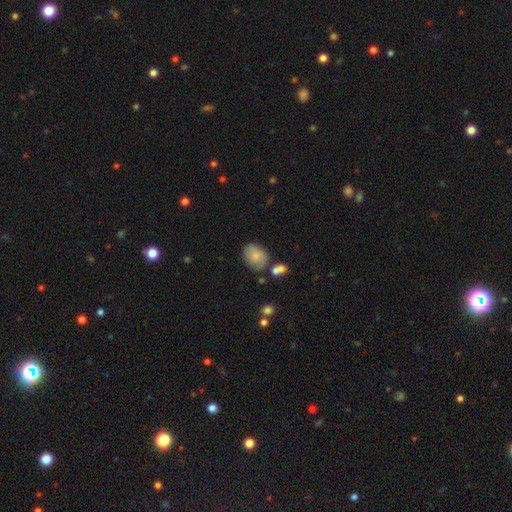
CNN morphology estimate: Smooth or featured?
  - smooth: 78% *
  - featured or disk: 14%
  - star or artifact: 8%
How rounded?
  - in between: 64% *
  - round: 34%
  - cigar-shaped: 1%
Merging?
  - none: 66% *
  - minor disturbance: 20%
  - merger: 9%
  - major disturbance: 5%